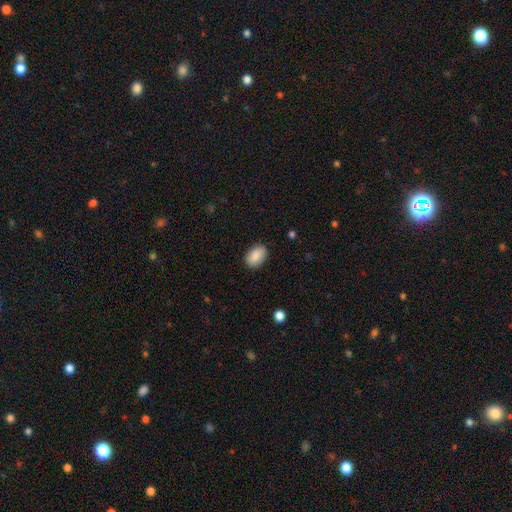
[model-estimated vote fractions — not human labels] smooth 88%, star or artifact 7%, featured or disk 6%. Down the decision tree: how rounded — in between (87%); merging — none (86%).